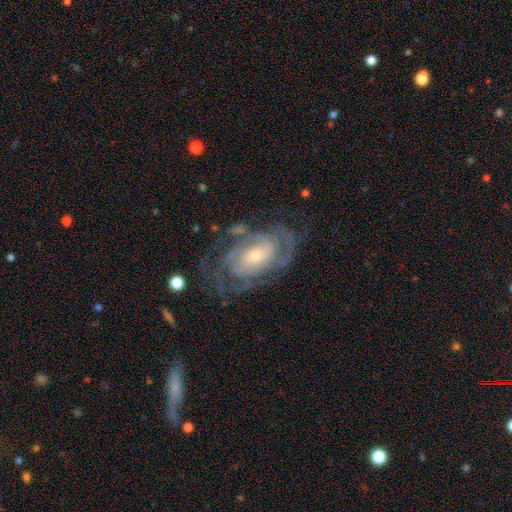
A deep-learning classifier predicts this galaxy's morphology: smooth_or_featured: featured or disk (p=0.83) [alt: smooth p=0.11]
disk_edge_on: no (p=0.96) [alt: yes p=0.04]
bar: no (p=0.65) [alt: weak p=0.27]
has_spiral_arms: yes (p=0.89) [alt: no p=0.11]
spiral_winding: tight (p=0.64) [alt: medium p=0.28]
spiral_arm_count: can't tell (p=0.43) [alt: 2 p=0.26]
bulge_size: small (p=0.59) [alt: moderate p=0.35]
merging: none (p=0.60) [alt: minor disturbance p=0.20]